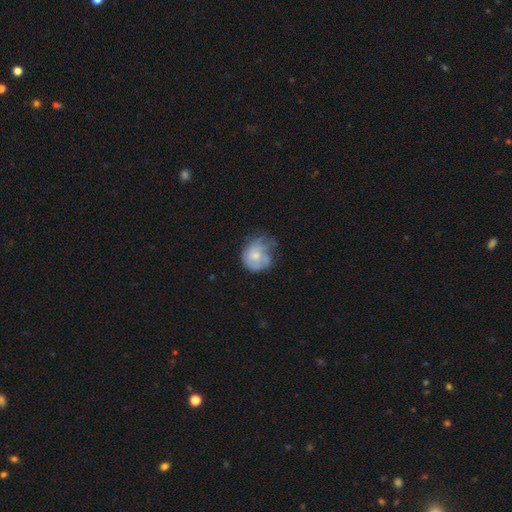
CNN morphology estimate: The model was most divided on "merging": minor disturbance: 34%, none: 32%, major disturbance: 29%, merger: 5%. More confident: how rounded — round (65%); smooth or featured — smooth (53%).